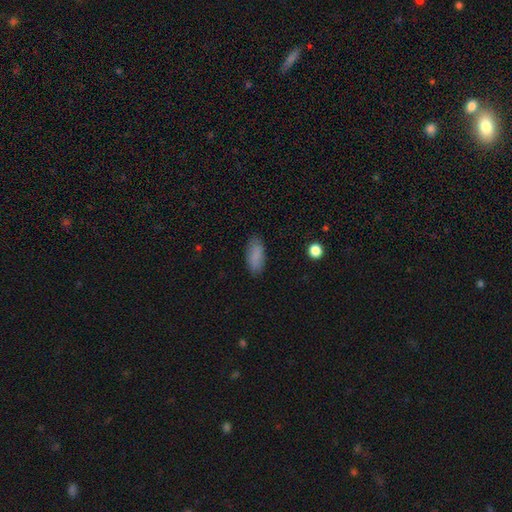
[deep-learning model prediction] Smooth or featured: smooth — 87% (star or artifact — 7%)
How rounded: in between — 86% (cigar-shaped — 12%)
Merging: none — 85% (minor disturbance — 12%)